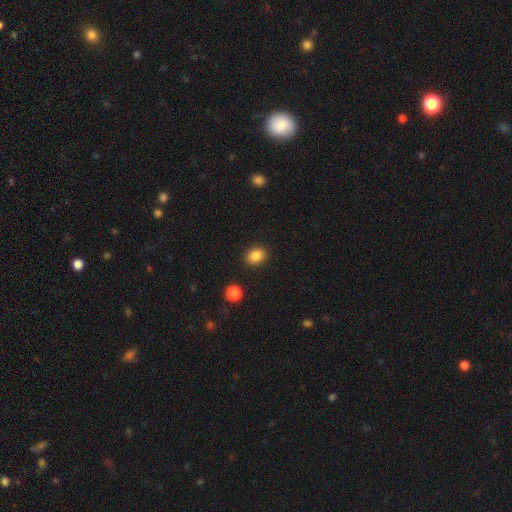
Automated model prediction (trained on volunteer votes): Smooth or featured: smooth — 85% (star or artifact — 10%)
How rounded: round — 53% (in between — 46%)
Merging: none — 89% (minor disturbance — 7%)